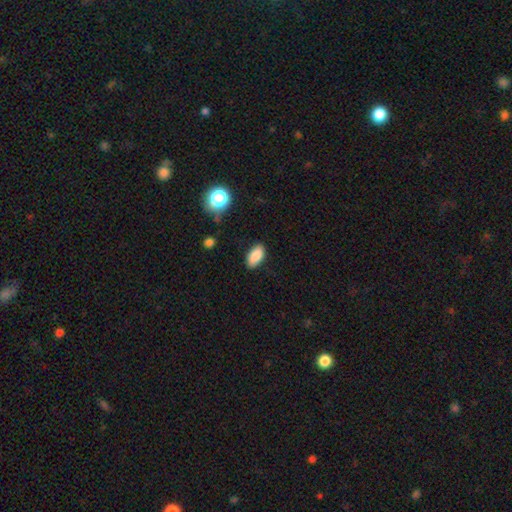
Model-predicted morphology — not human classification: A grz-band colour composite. It shows a smooth galaxy with no disk features (87%) that is in between round and cigar-shaped (92%). Merging: none (84%).